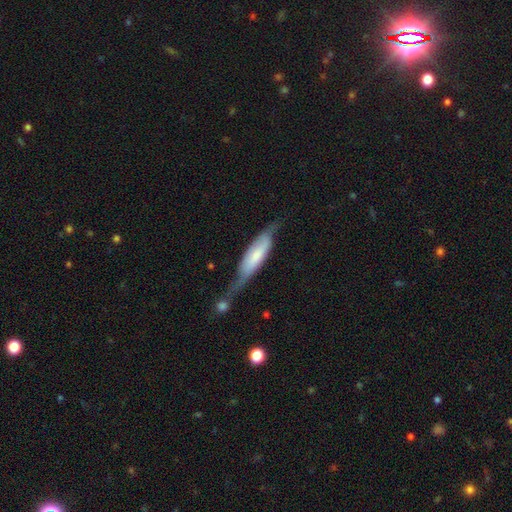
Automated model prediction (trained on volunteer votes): Smooth or featured? smooth (54%)
How rounded? cigar-shaped (55%)
Merging? minor disturbance (31%)